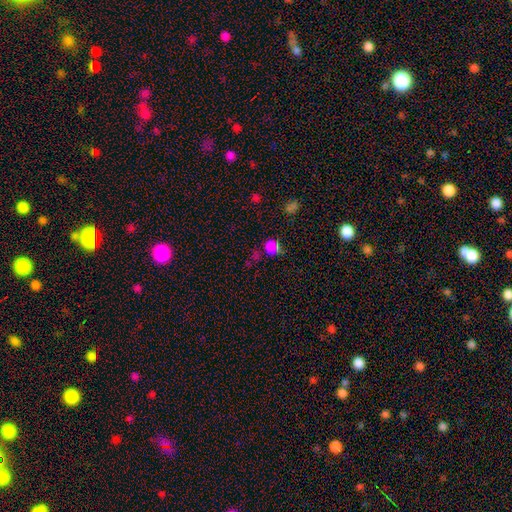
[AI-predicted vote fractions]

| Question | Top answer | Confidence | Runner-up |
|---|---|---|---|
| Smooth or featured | smooth | 56% | star or artifact (36%) |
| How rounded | round | 71% | in between (27%) |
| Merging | none | 66% | minor disturbance (16%) |